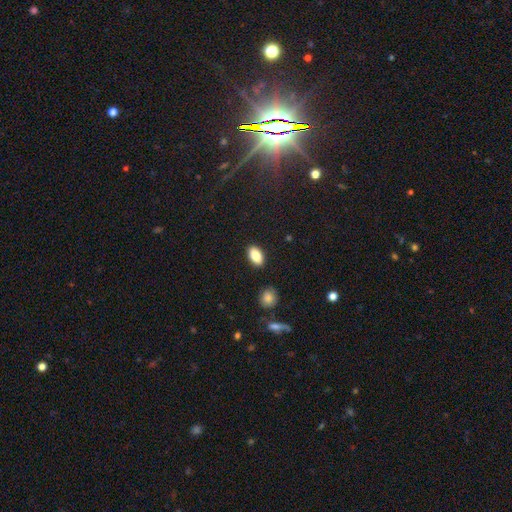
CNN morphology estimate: smooth_or_featured: smooth (p=0.85) [alt: star or artifact p=0.08]
how_rounded: in between (p=0.92) [alt: round p=0.05]
merging: none (p=0.88) [alt: minor disturbance p=0.08]